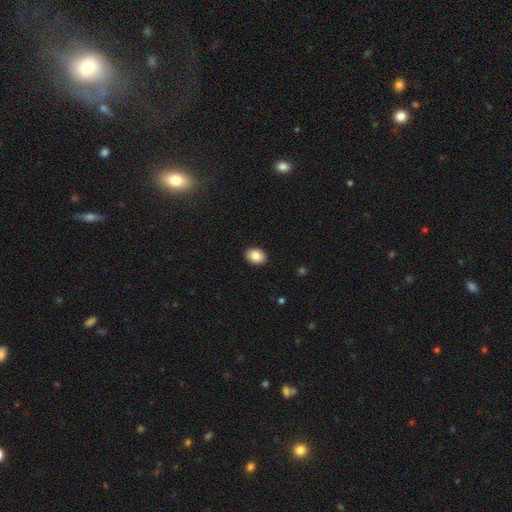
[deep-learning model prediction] Overall: smooth (87%). How rounded: in between (72%). Merging: none (91%).